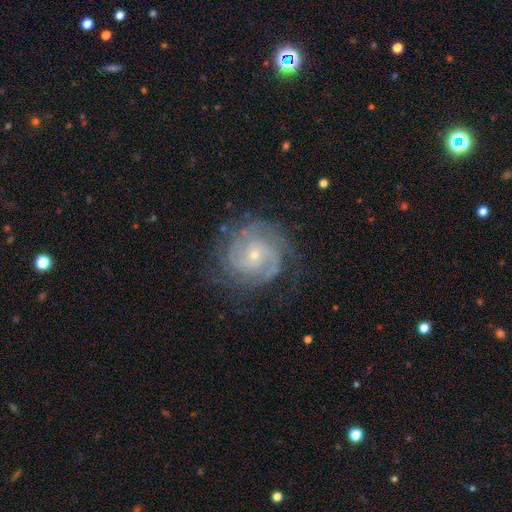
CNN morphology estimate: The model was most divided on "spiral arm count": 2: 42%, can't tell: 20%, 3: 20%, 4: 7%, 1: 5%, more than 4: 5%. More confident: edge-on disk — no (98%); spiral arms — yes (97%); smooth or featured — featured or disk (86%); merging — none (77%); bulge size — small (77%); bar — no (65%); spiral winding — tight (64%).